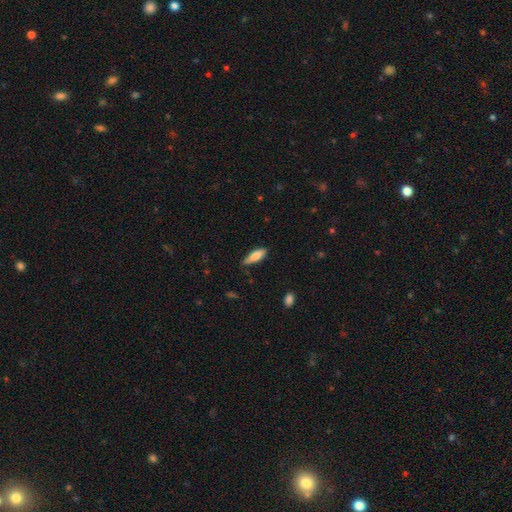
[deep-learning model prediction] Q: Smooth or featured?
A: smooth (78%); runner-up: featured or disk (16%)
Q: How rounded?
A: in between (53%); runner-up: cigar-shaped (45%)
Q: Merging?
A: none (71%); runner-up: minor disturbance (24%)